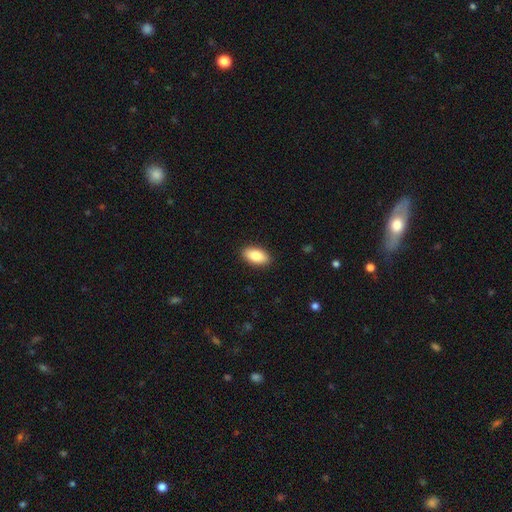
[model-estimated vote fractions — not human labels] A smooth galaxy with no disk features (86%) that is in between round and cigar-shaped (94%). Merging: none (89%).